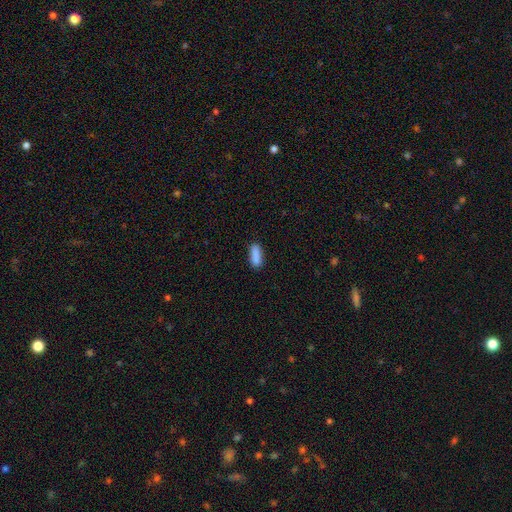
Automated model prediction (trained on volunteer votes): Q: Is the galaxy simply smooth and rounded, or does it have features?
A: smooth — 88%.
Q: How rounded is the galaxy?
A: in between — 59%.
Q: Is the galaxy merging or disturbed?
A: none — 85%.